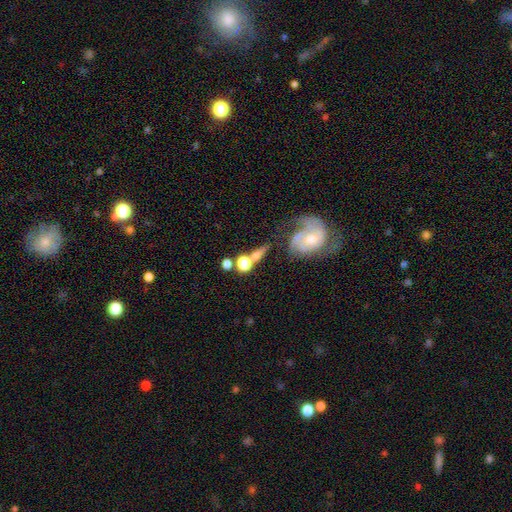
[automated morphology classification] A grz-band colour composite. It shows a smooth galaxy with no disk features (55%) that is round (43%). Merging: none (43%).